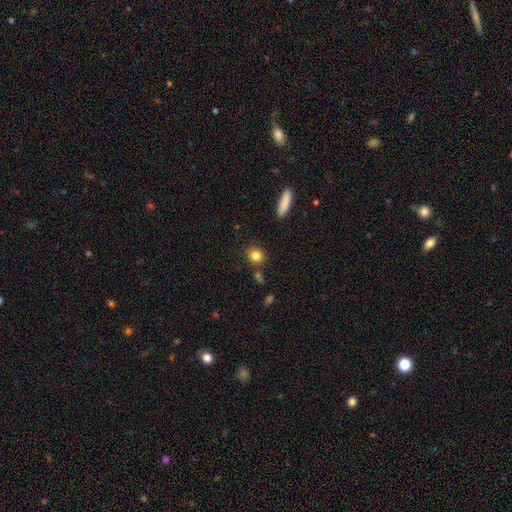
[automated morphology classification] A smooth galaxy with no disk features (83%) that is round (75%).

Vote fractions:
- Smooth or featured? smooth: 83% / star or artifact: 10% / featured or disk: 7%
- How rounded? round: 75% / in between: 23% / cigar-shaped: 2%
- Merging? none: 81% / minor disturbance: 10% / merger: 6% / major disturbance: 3%